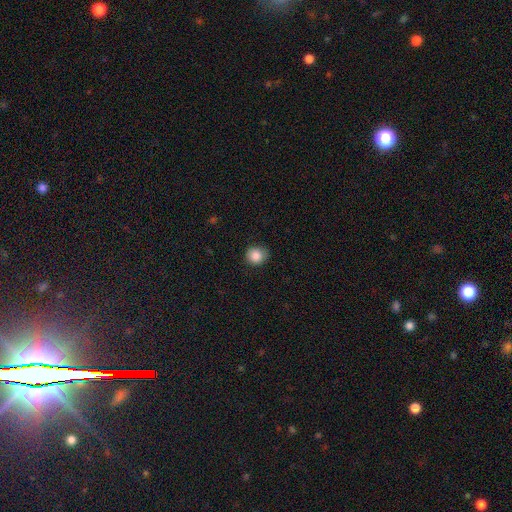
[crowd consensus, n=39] A smooth galaxy with no disk features (90%) that is round (86%).

Vote fractions:
- Smooth or featured? smooth: 90% / star or artifact: 8% / featured or disk: 3%
- How rounded? round: 86% / in between: 14% / cigar-shaped: 0%
- Merging? none: 69% / minor disturbance: 25% / major disturbance: 3% / merger: 3%